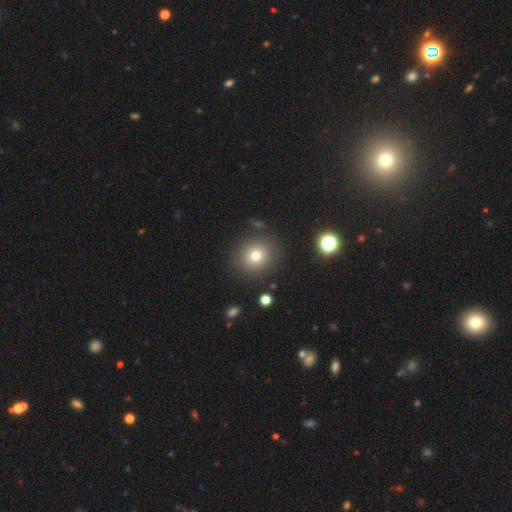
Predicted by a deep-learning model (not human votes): The model was most divided on "smooth or featured": smooth: 75%, star or artifact: 15%, featured or disk: 10%. More confident: how rounded — round (89%); merging — none (87%).